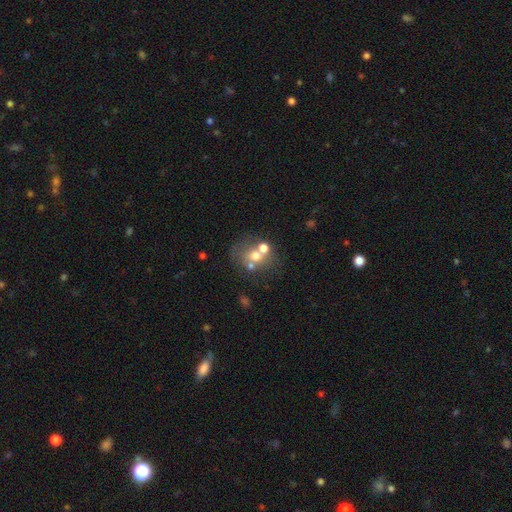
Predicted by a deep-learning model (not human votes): Morphology: type=smooth (56%); roundness=round (72%); merging=none (44%).